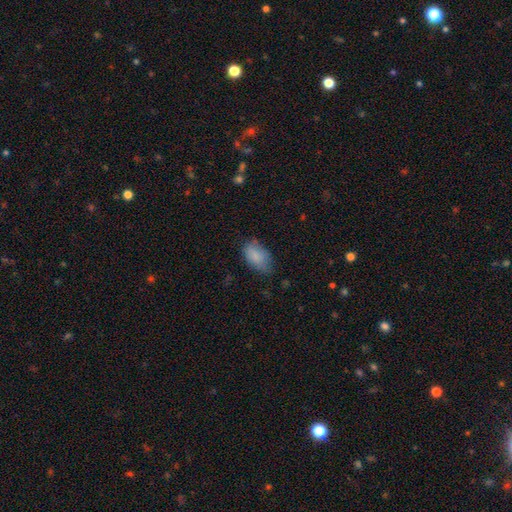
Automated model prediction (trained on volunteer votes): Smooth or featured? smooth (85%)
How rounded? in between (92%)
Merging? none (61%)